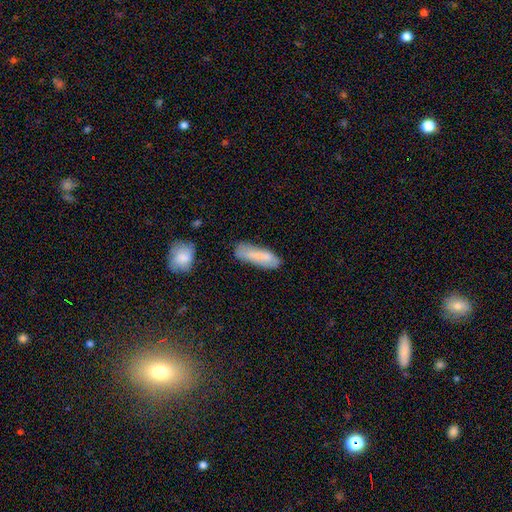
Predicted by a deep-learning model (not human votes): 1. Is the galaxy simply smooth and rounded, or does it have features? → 74% smooth, 18% featured or disk, 8% star or artifact.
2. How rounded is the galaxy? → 56% cigar-shaped, 43% in between, 2% round.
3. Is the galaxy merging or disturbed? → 63% none, 26% minor disturbance, 8% major disturbance, 4% merger.